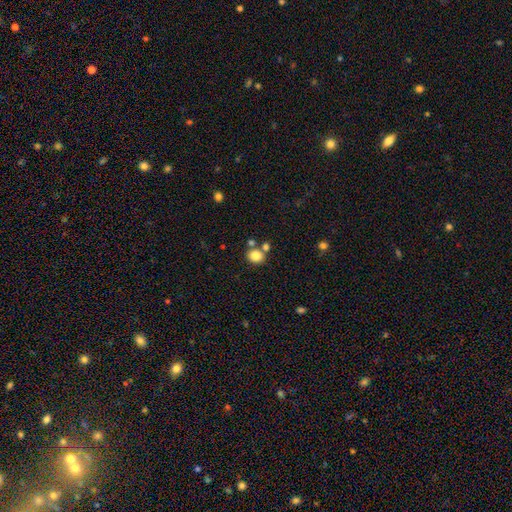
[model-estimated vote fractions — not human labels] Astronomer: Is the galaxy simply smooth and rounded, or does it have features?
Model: smooth — 84%.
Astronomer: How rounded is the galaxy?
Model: round — 73%.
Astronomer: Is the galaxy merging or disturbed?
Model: none — 67%.